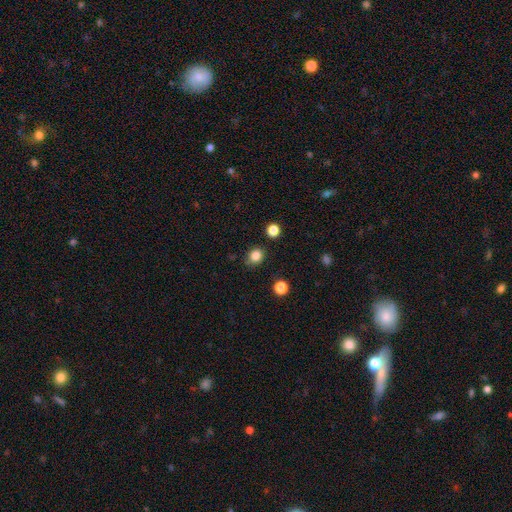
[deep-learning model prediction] Morphology: type=smooth (83%); roundness=round (68%); merging=none (81%).